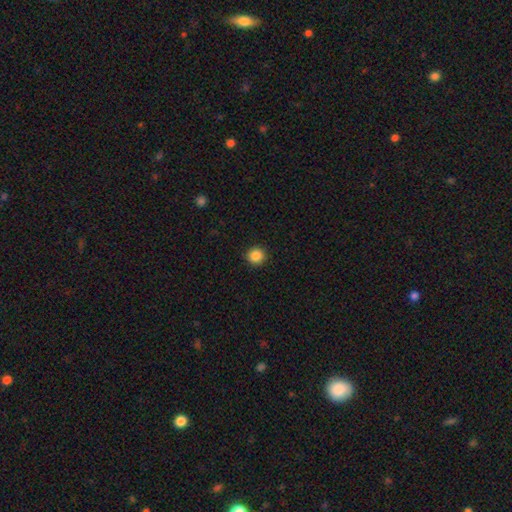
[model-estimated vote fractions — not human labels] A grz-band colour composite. It shows a smooth galaxy with no disk features (87%) that is round (93%). Merging: none (92%).